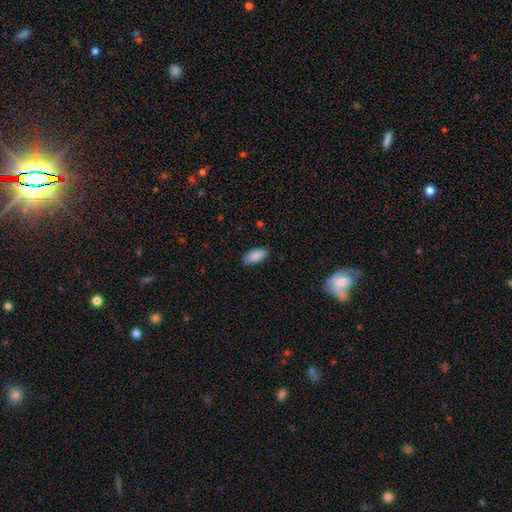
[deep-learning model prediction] smooth 88%, star or artifact 6%, featured or disk 5%. Down the decision tree: how rounded — in between (91%); merging — none (85%).